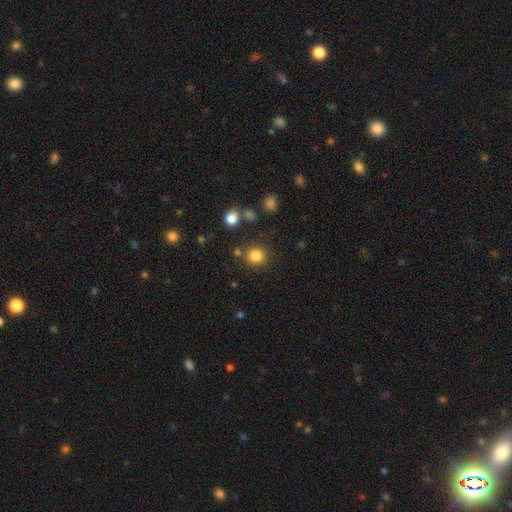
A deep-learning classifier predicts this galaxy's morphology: type=smooth (83%); roundness=round (88%); merging=none (83%).